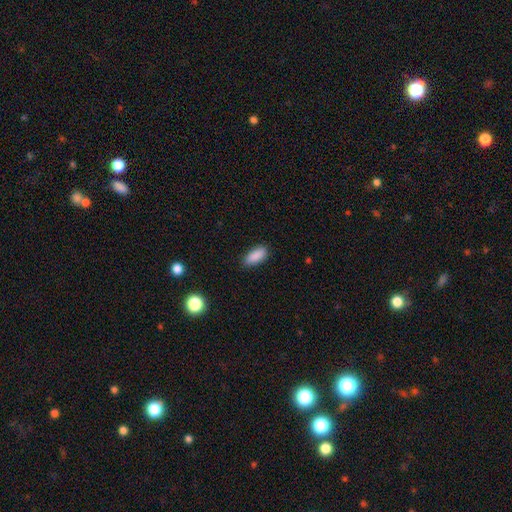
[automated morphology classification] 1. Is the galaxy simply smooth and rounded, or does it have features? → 88% smooth, 8% star or artifact, 4% featured or disk.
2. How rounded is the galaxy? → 81% in between, 16% cigar-shaped, 2% round.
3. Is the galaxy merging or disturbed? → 83% none, 13% minor disturbance, 3% major disturbance, 1% merger.